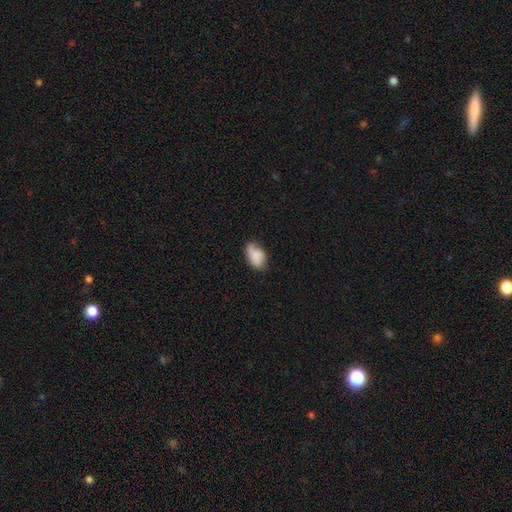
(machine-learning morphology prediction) Q: Smooth or featured?
A: smooth (84%); runner-up: featured or disk (8%)
Q: How rounded?
A: in between (91%); runner-up: round (7%)
Q: Merging?
A: none (61%); runner-up: minor disturbance (30%)